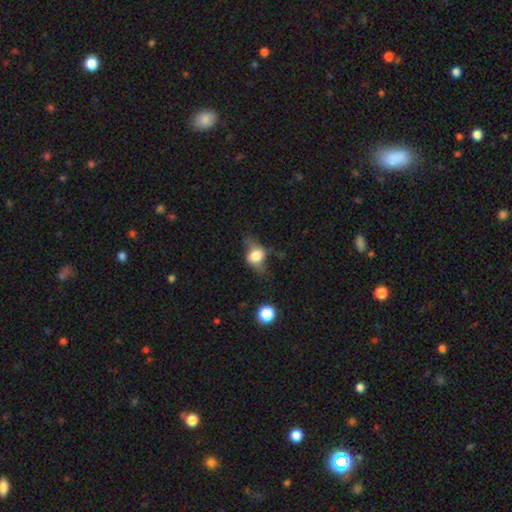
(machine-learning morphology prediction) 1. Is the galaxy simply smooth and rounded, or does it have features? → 57% smooth, 33% featured or disk, 10% star or artifact.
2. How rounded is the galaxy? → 54% in between, 43% round, 3% cigar-shaped.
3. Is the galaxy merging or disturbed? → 46% none, 29% minor disturbance, 22% major disturbance, 3% merger.